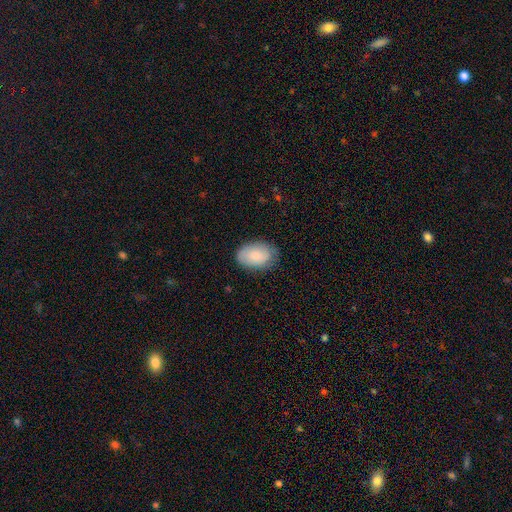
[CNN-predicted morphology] Q: Smooth or featured?
A: smooth (79%); runner-up: featured or disk (15%)
Q: How rounded?
A: in between (86%); runner-up: round (13%)
Q: Merging?
A: none (78%); runner-up: minor disturbance (17%)